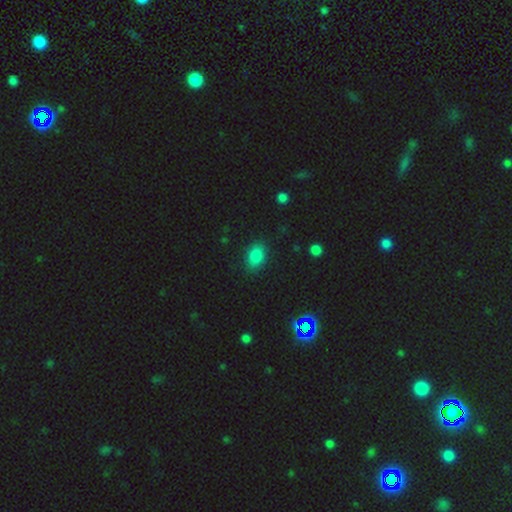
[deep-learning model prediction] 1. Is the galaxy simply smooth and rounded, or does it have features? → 82% smooth, 12% star or artifact, 6% featured or disk.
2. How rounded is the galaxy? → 77% in between, 21% round, 2% cigar-shaped.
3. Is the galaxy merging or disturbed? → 83% none, 12% minor disturbance, 3% major disturbance, 1% merger.